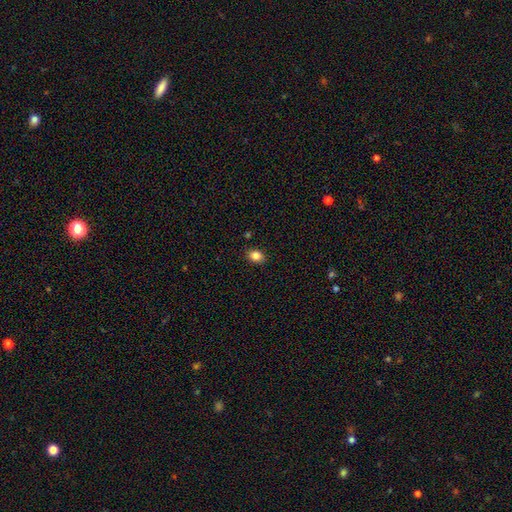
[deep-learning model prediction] smooth_or_featured: smooth (p=0.84) [alt: star or artifact p=0.11]
how_rounded: in between (p=0.56) [alt: round p=0.43]
merging: none (p=0.88) [alt: minor disturbance p=0.08]